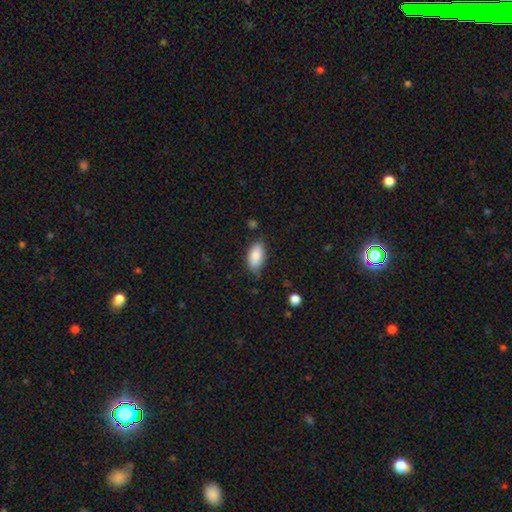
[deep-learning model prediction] Smooth or featured?
  - smooth: 87% *
  - star or artifact: 7%
  - featured or disk: 6%
How rounded?
  - in between: 93% *
  - cigar-shaped: 4%
  - round: 3%
Merging?
  - none: 68% *
  - minor disturbance: 25%
  - major disturbance: 4%
  - merger: 2%